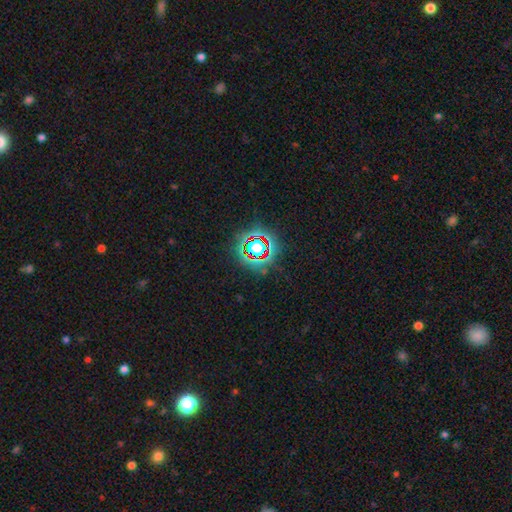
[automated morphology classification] Smooth or featured? Predicted: star or artifact (p=0.78).